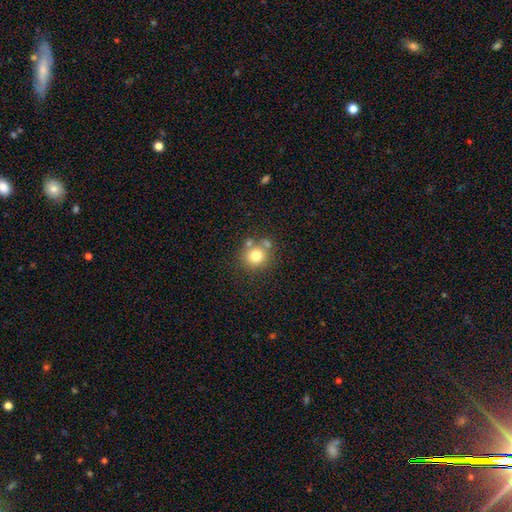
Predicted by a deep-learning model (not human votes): A smooth galaxy with no disk features (76%) that is round (89%). Merging: none (67%).